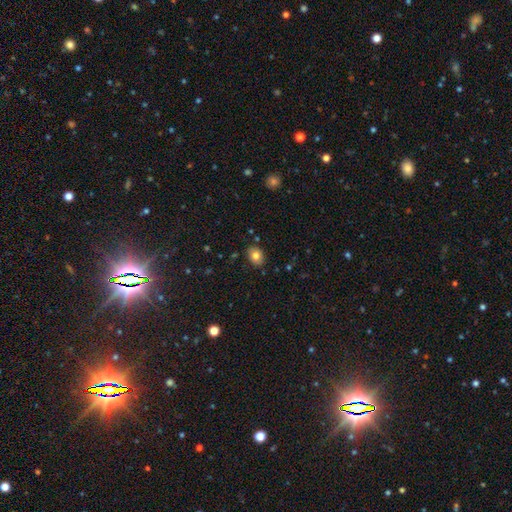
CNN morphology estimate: smooth 78%, featured or disk 12%, star or artifact 10%. Down the decision tree: how rounded — in between (60%); merging — none (84%).